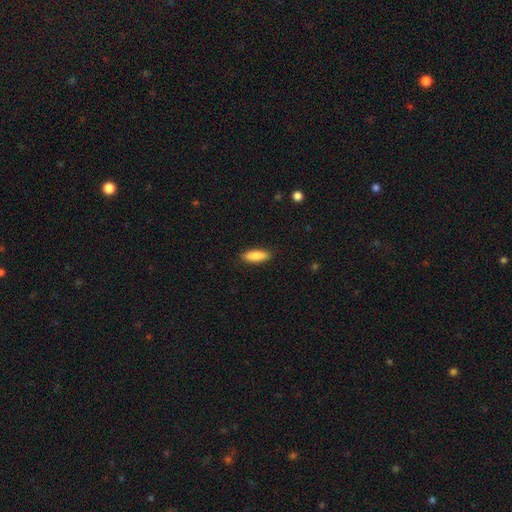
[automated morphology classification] smooth-or-featured: smooth: 88% | featured or disk: 6% | star or artifact: 6%
  how-rounded: in between: 55% | cigar-shaped: 43% | round: 2%
  merging: none: 89% | minor disturbance: 8% | major disturbance: 2% | merger: 1%